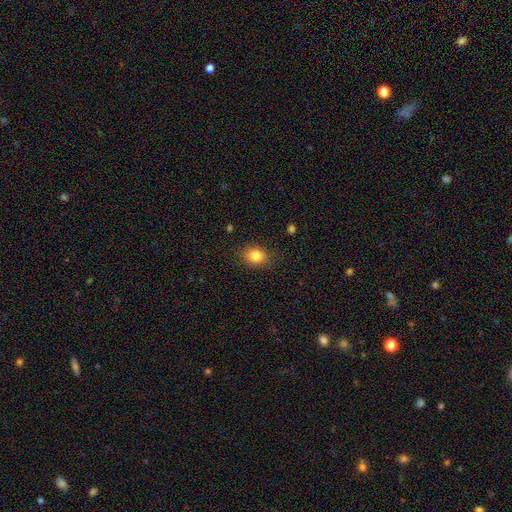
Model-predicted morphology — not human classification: Overall: smooth (84%). How rounded: in between (57%; round 42%). Merging: none (85%).